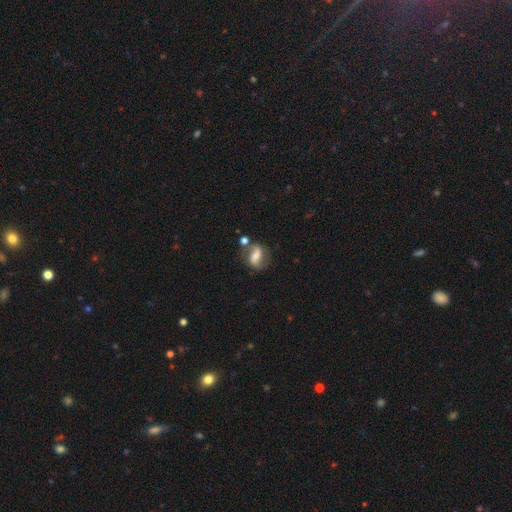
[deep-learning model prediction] Q: Smooth or featured?
A: featured or disk (59%); runner-up: smooth (33%)
Q: Edge-on disk?
A: no (94%); runner-up: yes (6%)
Q: Bar?
A: strong (41%); runner-up: weak (36%)
Q: Spiral arms?
A: yes (82%); runner-up: no (18%)
Q: Bulge size?
A: moderate (49%); runner-up: small (31%)
Q: Merging?
A: none (59%); runner-up: minor disturbance (17%)